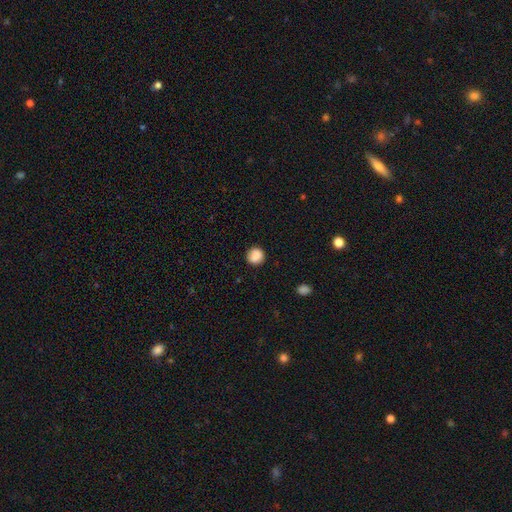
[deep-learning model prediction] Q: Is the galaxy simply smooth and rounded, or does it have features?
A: smooth — 88%.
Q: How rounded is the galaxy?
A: round — 91%.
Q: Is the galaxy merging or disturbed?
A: none — 89%.